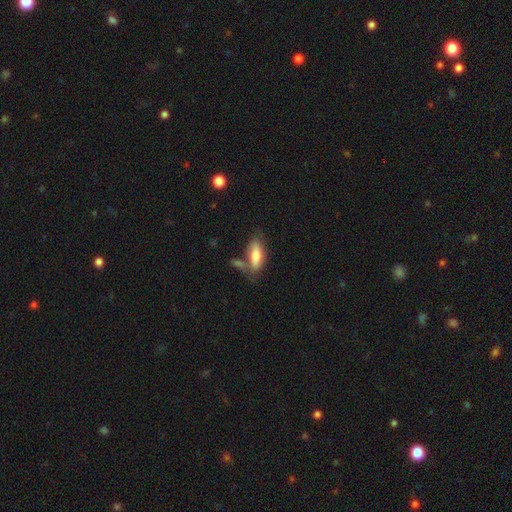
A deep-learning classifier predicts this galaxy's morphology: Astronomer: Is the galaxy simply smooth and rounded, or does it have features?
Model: smooth — 74%.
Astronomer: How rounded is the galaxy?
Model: in between — 71%.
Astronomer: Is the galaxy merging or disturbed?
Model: none — 55%.